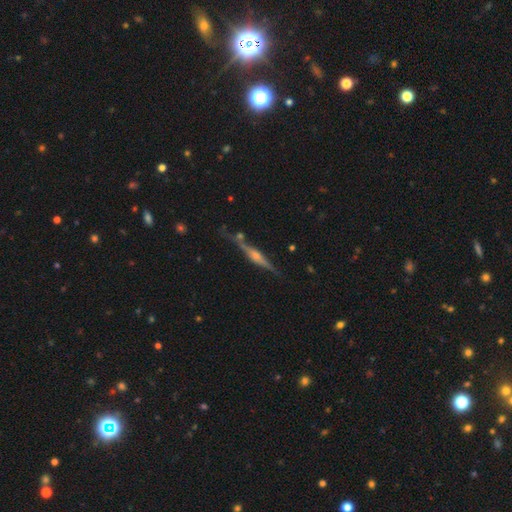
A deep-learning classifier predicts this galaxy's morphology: Overall: featured or disk (80%). Edge-on disk: yes (97%). Edge-on bulge: rounded (85%). Merging: none (76%).